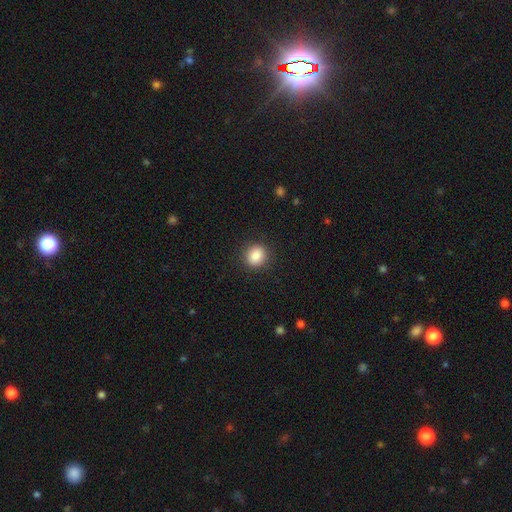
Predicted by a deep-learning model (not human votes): This appears to be a smooth galaxy with no disk features (86%) that is round (77%). Merging: none (90%).